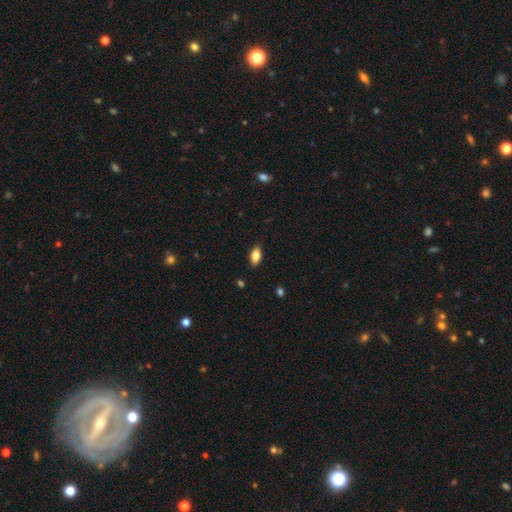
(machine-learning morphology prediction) Smooth or featured: smooth — 78% (featured or disk — 15%)
How rounded: in between — 89% (cigar-shaped — 8%)
Merging: none — 87% (minor disturbance — 10%)